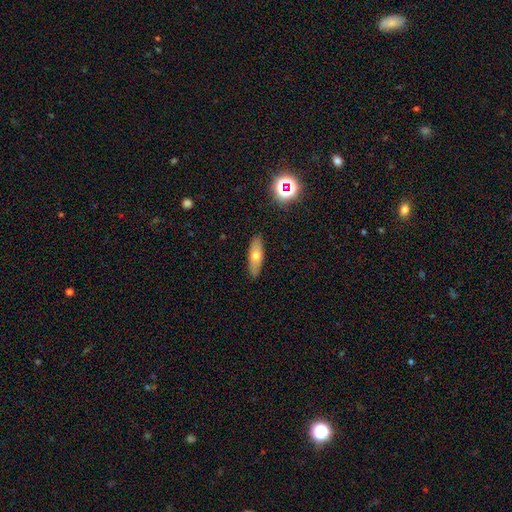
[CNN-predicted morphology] Smooth or featured: smooth — 64% (featured or disk — 29%)
How rounded: in between — 57% (cigar-shaped — 40%)
Merging: none — 88% (minor disturbance — 9%)